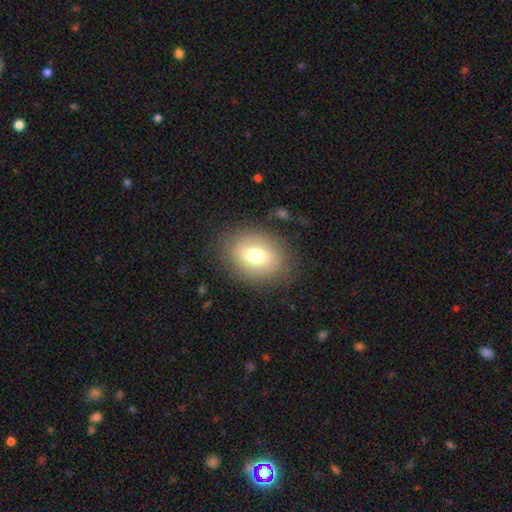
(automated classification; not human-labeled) Smooth or featured? Predicted: smooth (p=0.63). How rounded? Predicted: in between (p=0.62). Merging? Predicted: none (p=0.80).